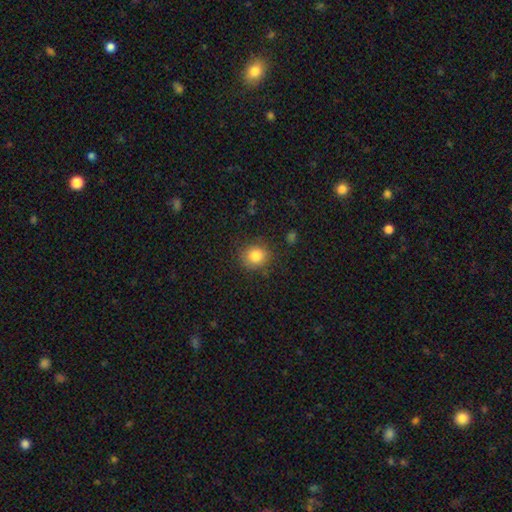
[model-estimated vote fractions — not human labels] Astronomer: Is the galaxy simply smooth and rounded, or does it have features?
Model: smooth — 83%.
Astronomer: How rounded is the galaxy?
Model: round — 82%.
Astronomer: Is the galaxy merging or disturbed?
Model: none — 83%.